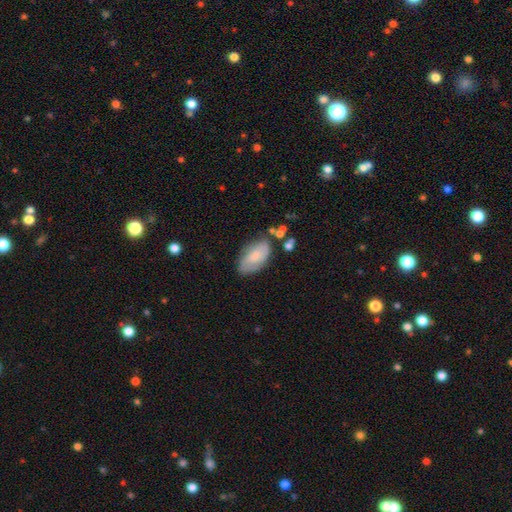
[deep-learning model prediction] smooth_or_featured: smooth (p=0.63) [alt: featured or disk p=0.30]
how_rounded: in between (p=0.93) [alt: round p=0.04]
merging: none (p=0.67) [alt: minor disturbance p=0.22]